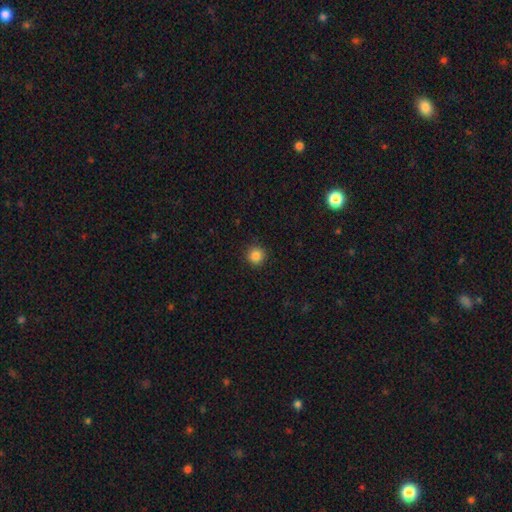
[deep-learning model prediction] A smooth galaxy with no disk features (85%) that is round (94%). Merging: none (92%).